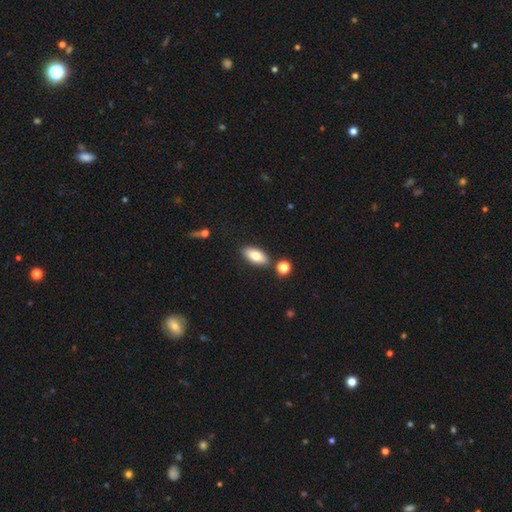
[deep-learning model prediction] Smooth or featured? Predicted: smooth (p=0.77). How rounded? Predicted: in between (p=0.88). Merging? Predicted: none (p=0.82).